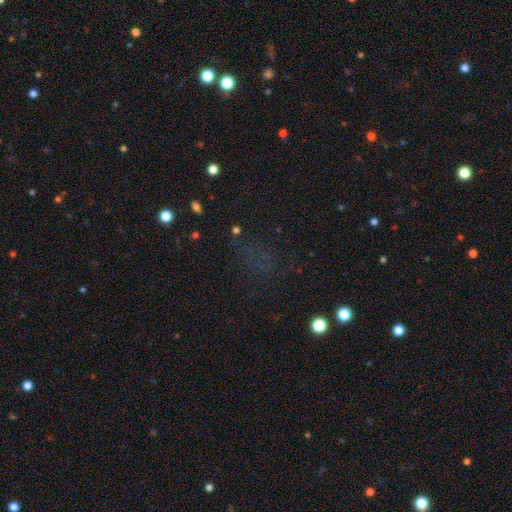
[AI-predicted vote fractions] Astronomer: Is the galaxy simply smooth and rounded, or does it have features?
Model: star or artifact — 55% (runner-up: smooth, 33%).